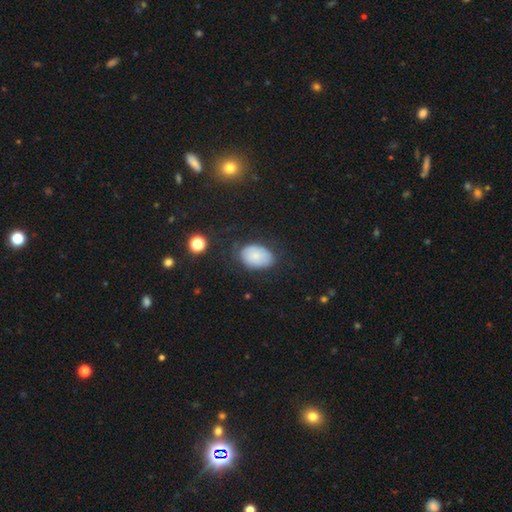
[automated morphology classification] A smooth galaxy with no disk features (74%) that is in between round and cigar-shaped (85%).

Vote fractions:
- Smooth or featured? smooth: 74% / featured or disk: 16% / star or artifact: 9%
- How rounded? in between: 85% / round: 14% / cigar-shaped: 1%
- Merging? none: 66% / minor disturbance: 22% / major disturbance: 10% / merger: 2%